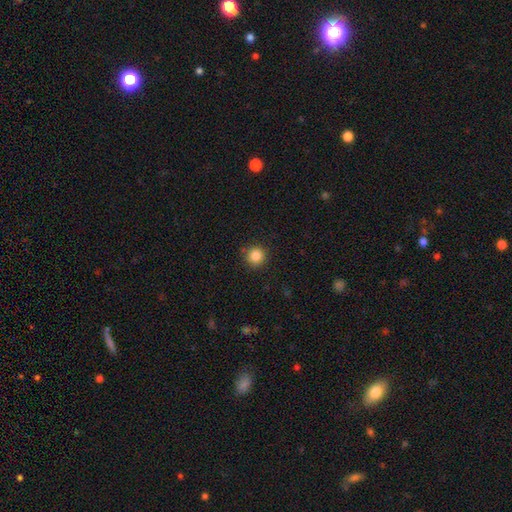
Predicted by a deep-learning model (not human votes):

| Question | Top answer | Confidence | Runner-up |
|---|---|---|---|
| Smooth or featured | smooth | 85% | star or artifact (11%) |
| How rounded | round | 95% | in between (4%) |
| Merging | none | 90% | minor disturbance (7%) |